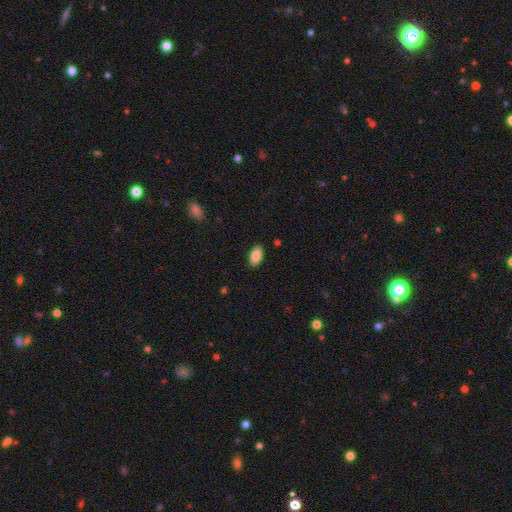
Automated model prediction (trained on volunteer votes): A smooth galaxy with no disk features (86%) that is in between round and cigar-shaped (94%). Merging: none (88%).